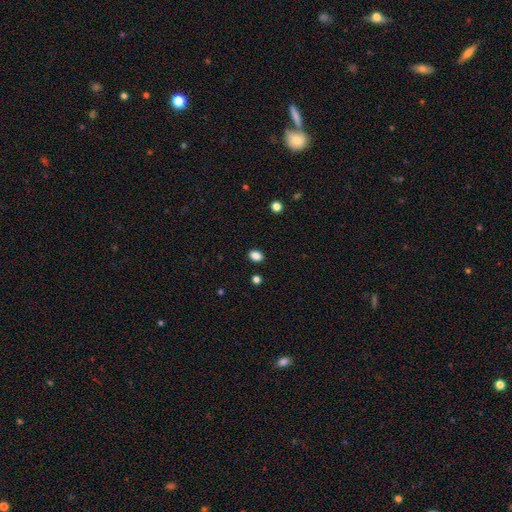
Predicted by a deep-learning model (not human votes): smooth-or-featured: smooth: 86% | star or artifact: 11% | featured or disk: 3%
  how-rounded: in between: 69% | round: 29% | cigar-shaped: 1%
  merging: none: 89% | minor disturbance: 8% | major disturbance: 2% | merger: 1%